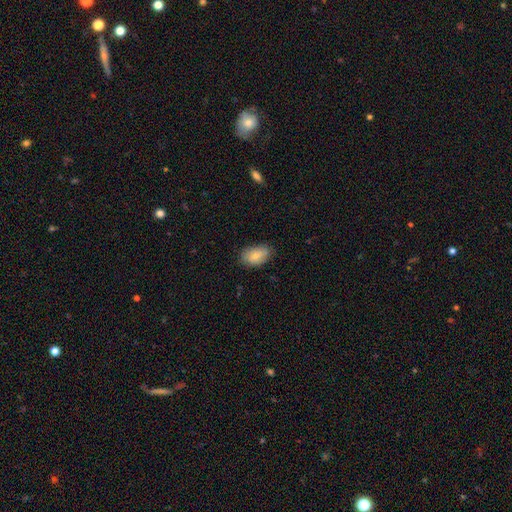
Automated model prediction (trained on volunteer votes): Smooth or featured: smooth — 82% (featured or disk — 11%)
How rounded: in between — 91% (round — 8%)
Merging: none — 75% (minor disturbance — 20%)